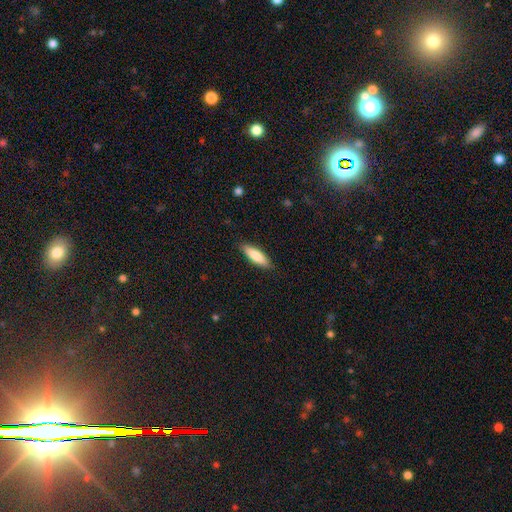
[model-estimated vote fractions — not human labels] smooth-or-featured: smooth: 81% | featured or disk: 14% | star or artifact: 6%
  how-rounded: cigar-shaped: 57% | in between: 42% | round: 2%
  merging: none: 88% | minor disturbance: 9% | major disturbance: 2% | merger: 1%